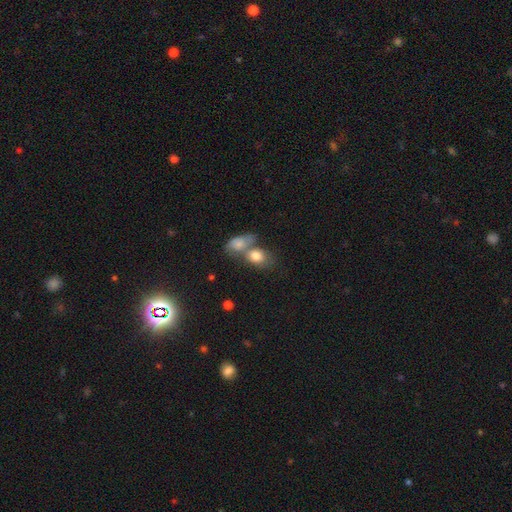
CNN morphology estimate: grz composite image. It shows a smooth galaxy with no disk features (79%) that is in between round and cigar-shaped (69%). Merging: merger (54%).